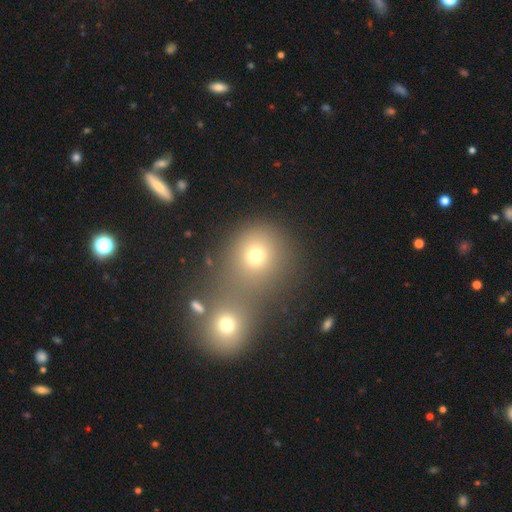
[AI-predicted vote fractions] Smooth or featured? smooth (71%)
How rounded? round (83%)
Merging? merger (45%)